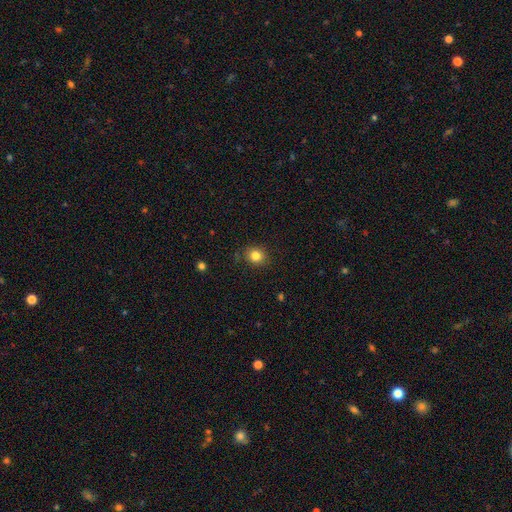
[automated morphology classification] A smooth galaxy with no disk features (82%) that is round (77%). Merging: none (86%).